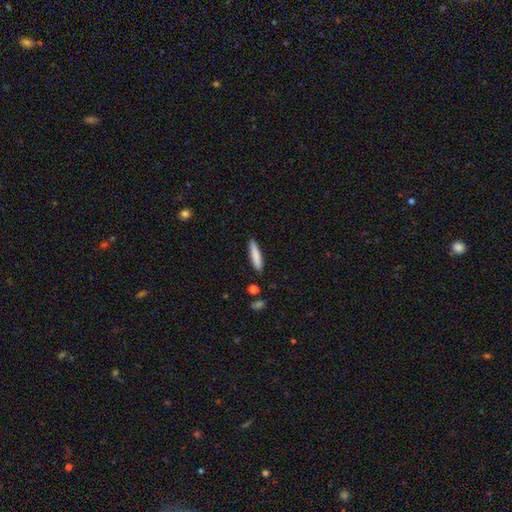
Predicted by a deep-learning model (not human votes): Q: Smooth or featured?
A: smooth (83%); runner-up: featured or disk (11%)
Q: How rounded?
A: cigar-shaped (86%); runner-up: in between (13%)
Q: Merging?
A: none (89%); runner-up: minor disturbance (8%)